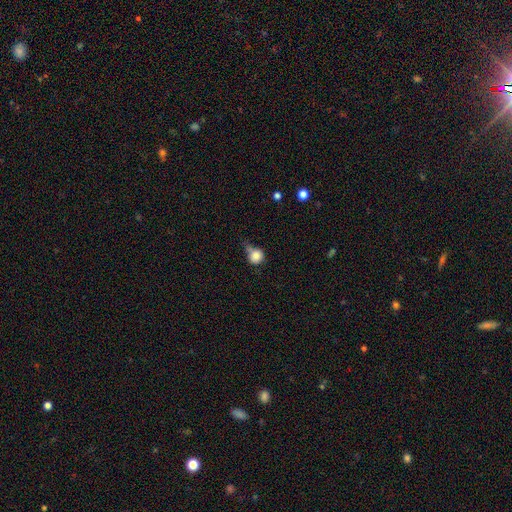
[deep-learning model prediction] Q: Smooth or featured?
A: smooth (82%); runner-up: star or artifact (10%)
Q: How rounded?
A: round (83%); runner-up: in between (16%)
Q: Merging?
A: minor disturbance (35%); tied with: none (35%)